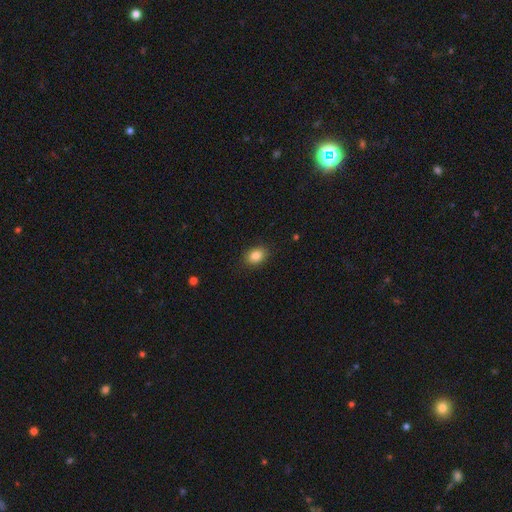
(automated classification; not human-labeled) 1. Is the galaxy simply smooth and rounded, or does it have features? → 86% smooth, 9% star or artifact, 5% featured or disk.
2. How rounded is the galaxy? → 76% in between, 23% round, 1% cigar-shaped.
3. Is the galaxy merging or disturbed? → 87% none, 9% minor disturbance, 2% major disturbance, 1% merger.